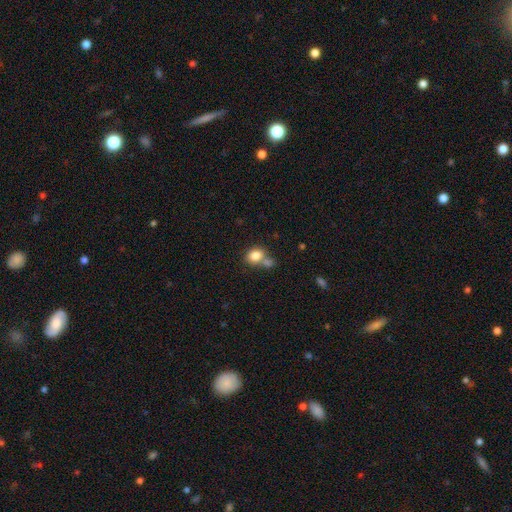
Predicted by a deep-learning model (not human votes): The model was most divided on "merging": none: 46%, merger: 37%, minor disturbance: 12%, major disturbance: 5%. More confident: smooth or featured — smooth (82%); how rounded — in between (54%).